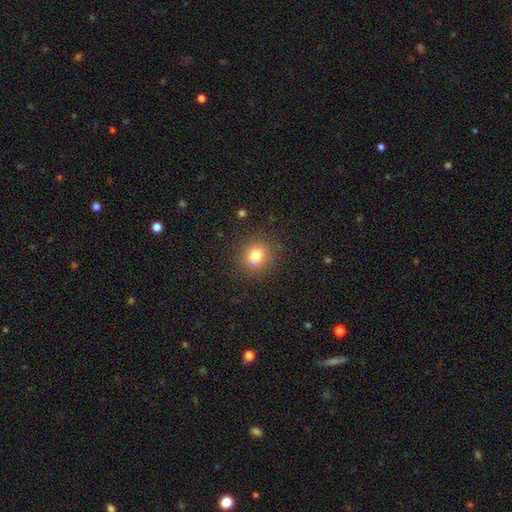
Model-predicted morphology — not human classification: Overall: smooth (78%). How rounded: round (87%). Merging: none (84%).